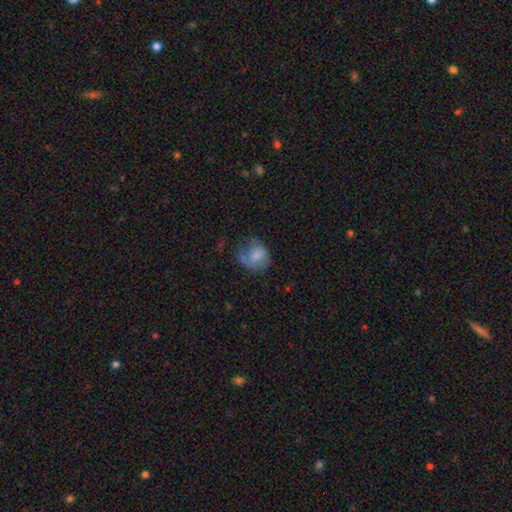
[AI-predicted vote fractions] This is likely a smooth galaxy (63%). How rounded: likely round (64%). Merging: marginally none (39%).